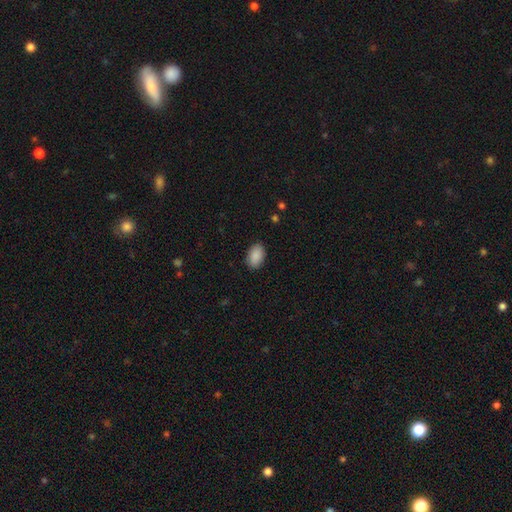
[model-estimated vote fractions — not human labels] This appears to be a smooth galaxy with no disk features (90%) that is in between round and cigar-shaped (92%). Merging: none (88%).